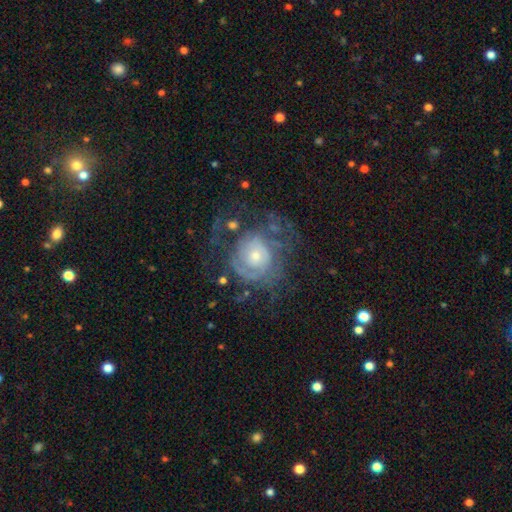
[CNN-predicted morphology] Smooth or featured?
  - featured or disk: 77% *
  - smooth: 15%
  - star or artifact: 7%
Edge-on disk?
  - no: 97% *
  - yes: 3%
Bar?
  - no: 78% *
  - weak: 18%
  - strong: 3%
Spiral arms?
  - yes: 83% *
  - no: 17%
Spiral winding?
  - tight: 61% *
  - medium: 27%
  - loose: 12%
Spiral arm count?
  - can't tell: 46% *
  - 2: 23%
  - 3: 12%
  - 1: 8%
  - 4: 6%
  - more than 4: 5%
Bulge size?
  - small: 46% *
  - moderate: 45%
  - large: 6%
  - none: 2%
  - dominant: 1%
Merging?
  - none: 54% *
  - major disturbance: 25%
  - minor disturbance: 18%
  - merger: 3%